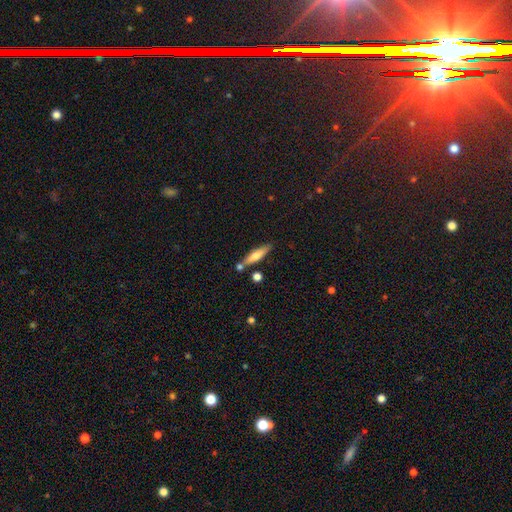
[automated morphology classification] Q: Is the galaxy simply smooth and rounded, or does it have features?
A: smooth — 59%.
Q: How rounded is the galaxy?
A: cigar-shaped — 77%.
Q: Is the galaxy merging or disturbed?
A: none — 74%.